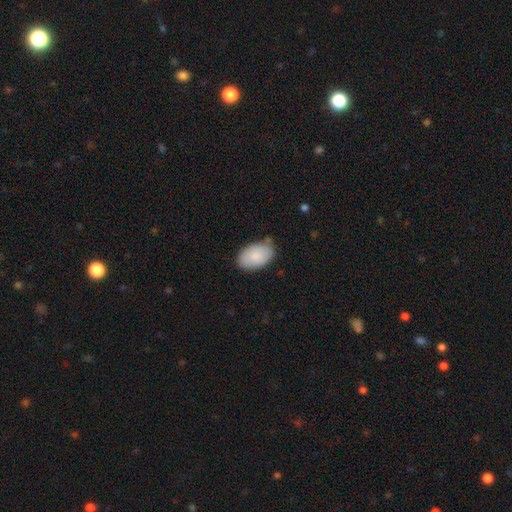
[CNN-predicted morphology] Overall: smooth (85%). How rounded: in between (93%). Merging: none (72%).